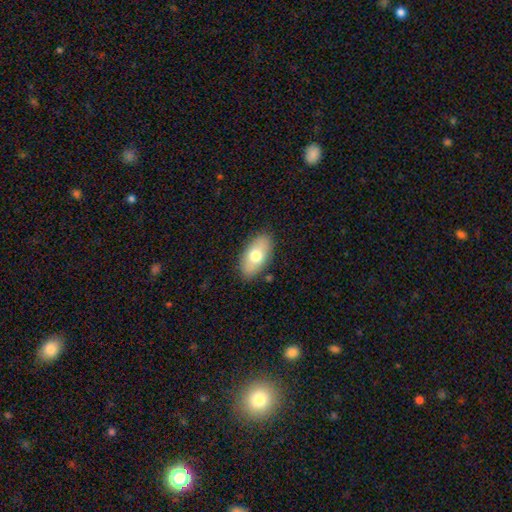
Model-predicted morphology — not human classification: A smooth galaxy with no disk features (71%) that is in between round and cigar-shaped (92%). Merging: none (86%).